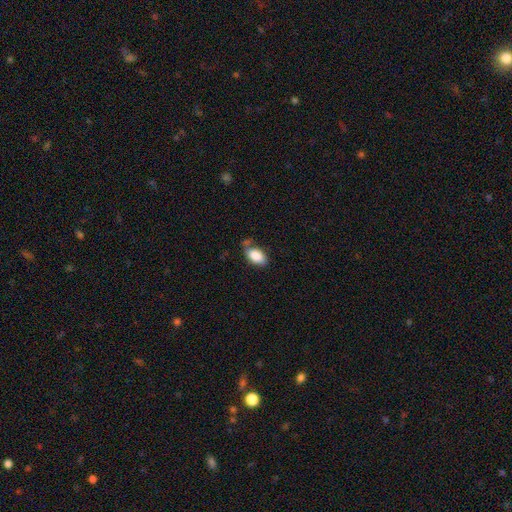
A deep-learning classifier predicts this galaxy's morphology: smooth-or-featured: smooth: 86% | featured or disk: 7% | star or artifact: 7%
  how-rounded: in between: 92% | round: 6% | cigar-shaped: 2%
  merging: none: 58% | minor disturbance: 25% | merger: 9% | major disturbance: 8%